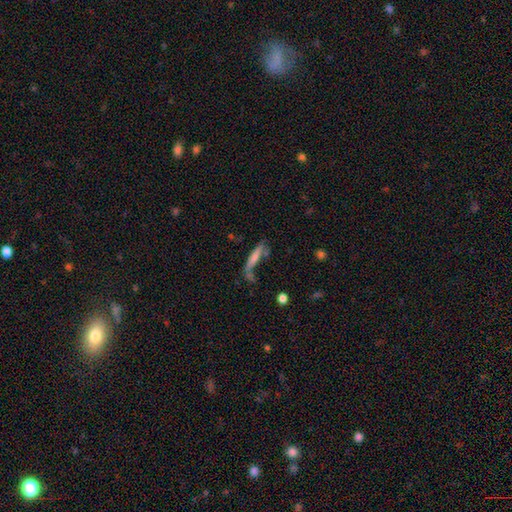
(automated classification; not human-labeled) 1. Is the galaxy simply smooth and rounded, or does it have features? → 59% smooth, 32% featured or disk, 9% star or artifact.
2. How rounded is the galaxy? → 88% cigar-shaped, 10% in between, 2% round.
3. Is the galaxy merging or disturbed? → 48% none, 20% minor disturbance, 17% merger, 15% major disturbance.